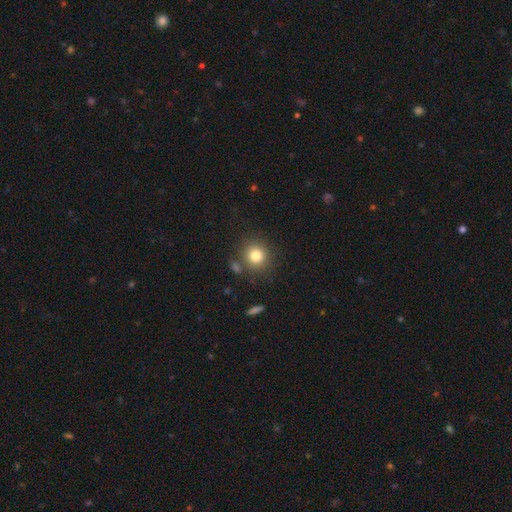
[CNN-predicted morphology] type=smooth (81%); roundness=round (90%); merging=none (79%).